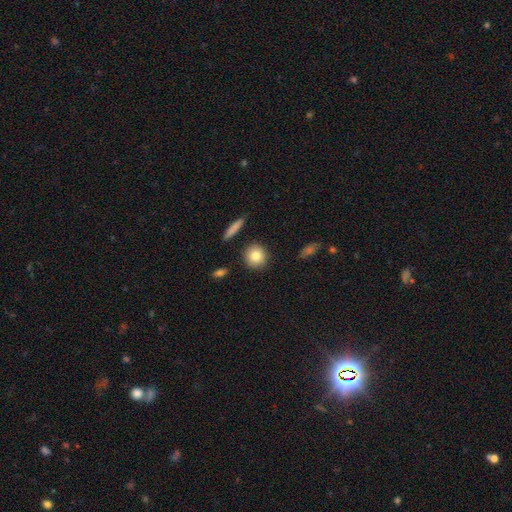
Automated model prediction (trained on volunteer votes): This is clearly a smooth galaxy (83%). How rounded: clearly round (87%). Merging: clearly none (89%).